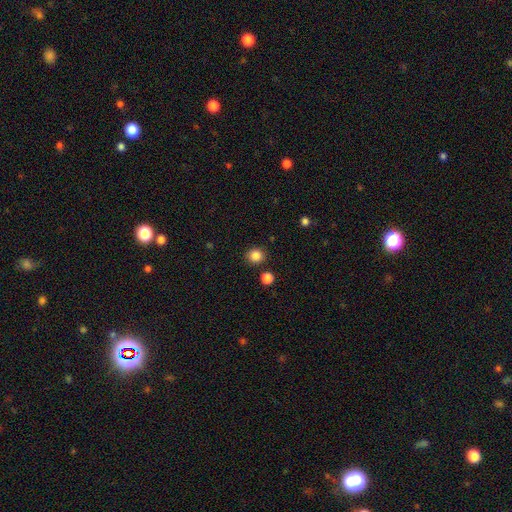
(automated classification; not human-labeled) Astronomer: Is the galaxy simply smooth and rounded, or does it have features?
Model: smooth — 85%.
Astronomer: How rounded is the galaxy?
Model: round — 87%.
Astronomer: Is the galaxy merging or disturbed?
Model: none — 87%.